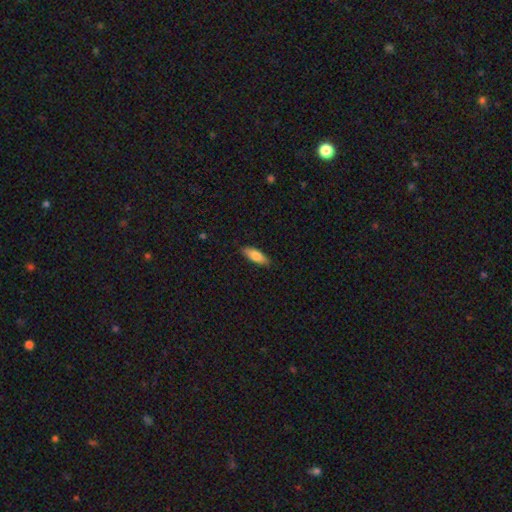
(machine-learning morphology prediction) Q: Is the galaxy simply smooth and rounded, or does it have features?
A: smooth — 81%.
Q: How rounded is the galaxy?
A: in between — 67%.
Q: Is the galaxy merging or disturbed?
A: none — 85%.